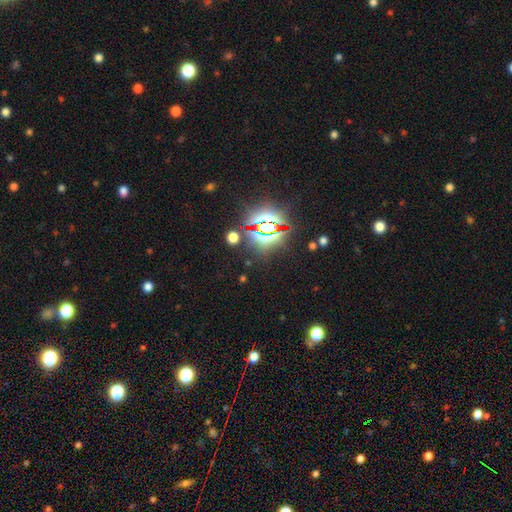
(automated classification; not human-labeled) Smooth or featured? star or artifact (84%)